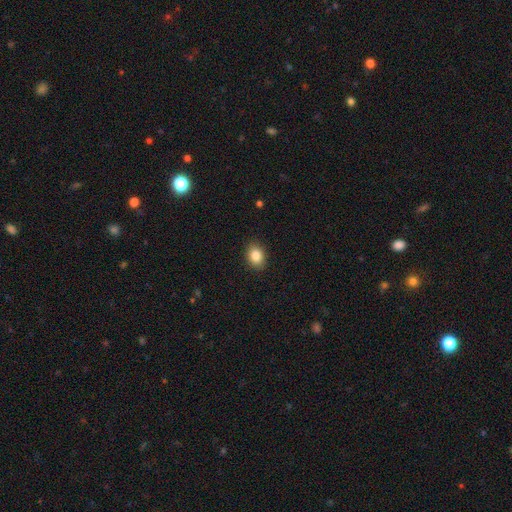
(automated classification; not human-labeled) Smooth or featured? smooth (86%)
How rounded? in between (62%)
Merging? none (89%)